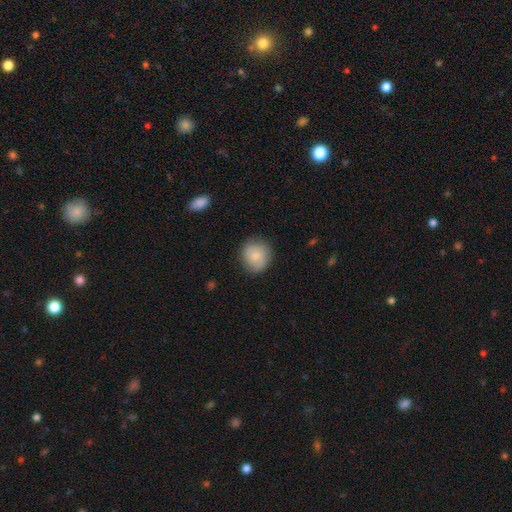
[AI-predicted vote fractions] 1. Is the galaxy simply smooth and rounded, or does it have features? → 79% smooth, 14% featured or disk, 7% star or artifact.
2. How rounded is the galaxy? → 82% round, 17% in between, 1% cigar-shaped.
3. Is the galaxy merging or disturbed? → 80% none, 15% minor disturbance, 3% major disturbance, 1% merger.